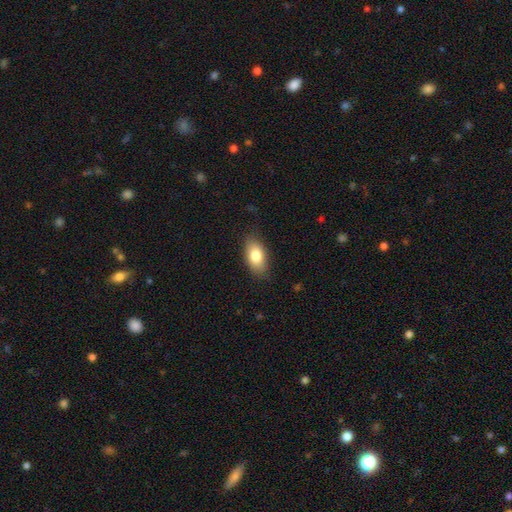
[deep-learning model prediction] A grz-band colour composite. It shows a smooth galaxy with no disk features (80%) that is in between round and cigar-shaped (90%). Merging: none (82%).